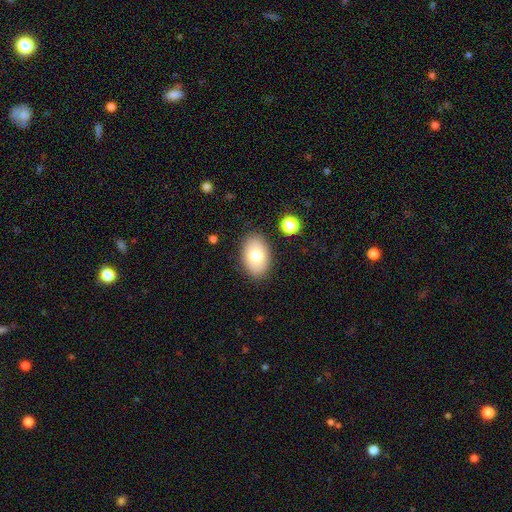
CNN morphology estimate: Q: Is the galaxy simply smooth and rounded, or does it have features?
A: smooth — 75%.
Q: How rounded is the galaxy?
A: in between — 86%.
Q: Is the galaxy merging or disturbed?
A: none — 86%.